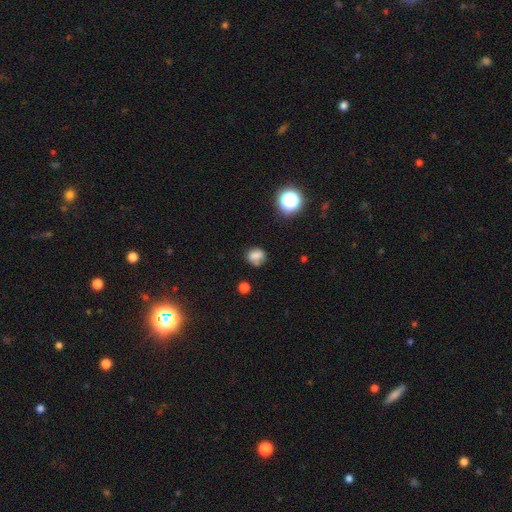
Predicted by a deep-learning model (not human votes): Smooth or featured?
  - smooth: 75% *
  - star or artifact: 14%
  - featured or disk: 12%
How rounded?
  - round: 59% *
  - in between: 39%
  - cigar-shaped: 1%
Merging?
  - none: 61% *
  - minor disturbance: 24%
  - major disturbance: 8%
  - merger: 7%